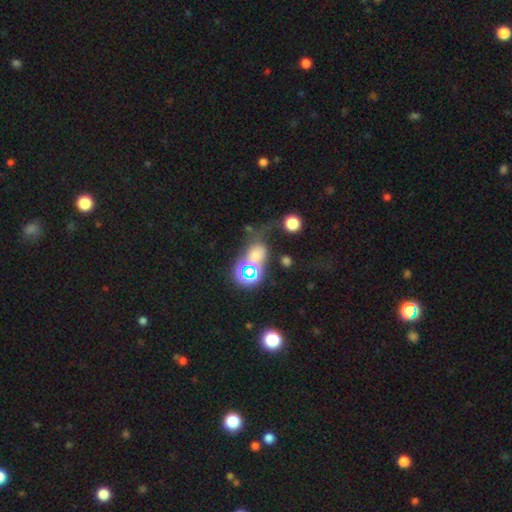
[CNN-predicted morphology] Overall: smooth (50%; star or artifact 37%). How rounded: round (51%; in between 47%). Merging: none (45%; minor disturbance 18%).